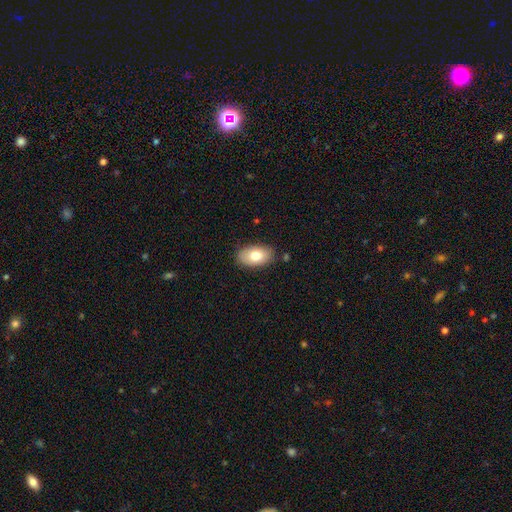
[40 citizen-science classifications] Smooth or featured? smooth (80%)
How rounded? in between (94%)
Merging? none (86%)